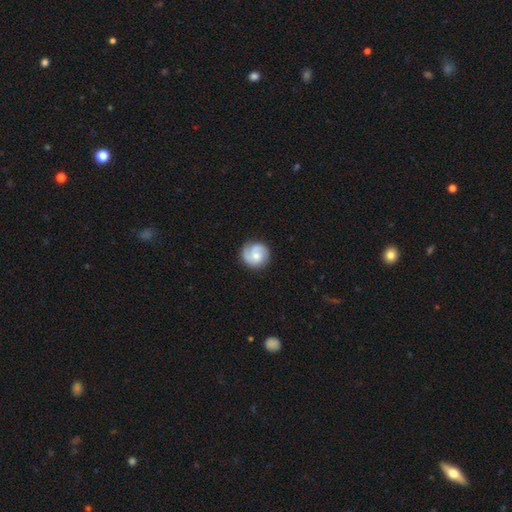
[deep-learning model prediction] Q: Smooth or featured?
A: featured or disk (51%); runner-up: smooth (42%)
Q: Edge-on disk?
A: no (98%); runner-up: yes (2%)
Q: Bar?
A: no (74%); runner-up: weak (23%)
Q: Spiral arms?
A: yes (90%); runner-up: no (10%)
Q: Bulge size?
A: small (48%); runner-up: moderate (45%)
Q: Merging?
A: none (81%); runner-up: minor disturbance (14%)